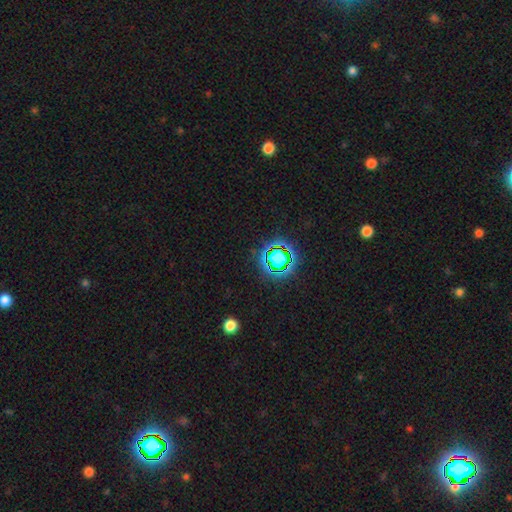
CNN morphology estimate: A star or artifact, not a galaxy (79%).